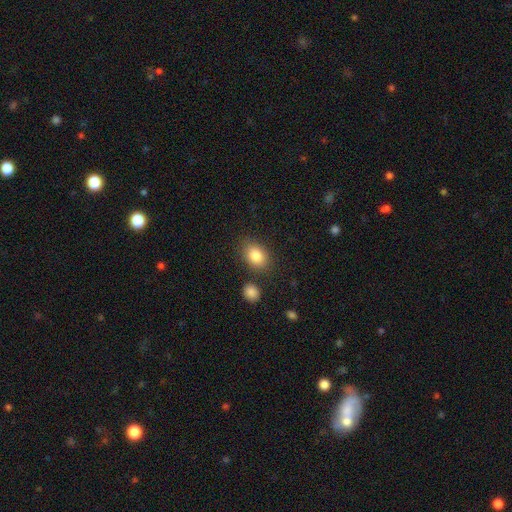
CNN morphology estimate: type=smooth (85%); roundness=in between (73%); merging=none (79%).